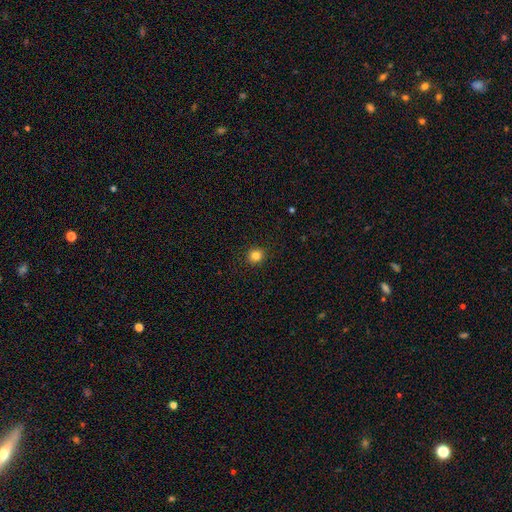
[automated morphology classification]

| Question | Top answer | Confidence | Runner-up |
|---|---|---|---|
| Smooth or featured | smooth | 83% | star or artifact (12%) |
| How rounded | round | 91% | in between (8%) |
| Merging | none | 92% | minor disturbance (5%) |